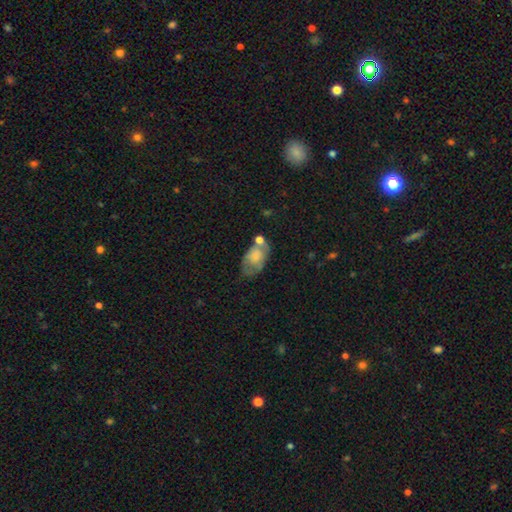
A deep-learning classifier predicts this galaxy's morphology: The model was most divided on "merging": none: 37%, minor disturbance: 27%, merger: 21%, major disturbance: 15%. More confident: how rounded — in between (91%); smooth or featured — smooth (60%).